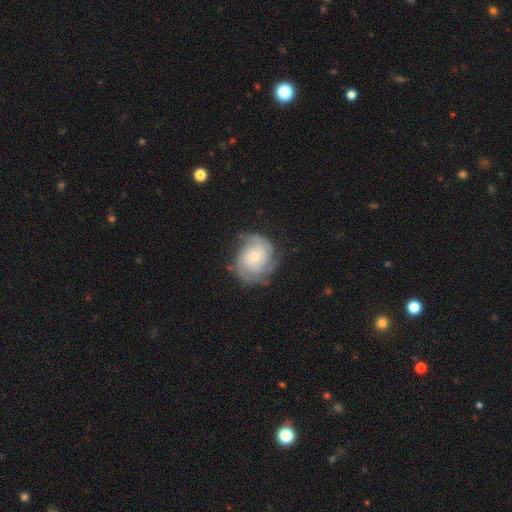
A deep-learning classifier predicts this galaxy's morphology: A featured or disk galaxy (76%) with no bar (73%), 2 (37%) tight (59%) spiral arms (94%) and a small central bulge (52%).

Vote fractions:
- Smooth or featured? featured or disk: 76% / smooth: 18% / star or artifact: 6%
- Edge-on disk? no: 98% / yes: 2%
- Bar? no: 73% / weak: 23% / strong: 4%
- Spiral arms? yes: 94% / no: 6%
- Spiral winding? tight: 59% / medium: 32% / loose: 9%
- Spiral arm count? 2: 37% / can't tell: 27% / 3: 20% / 4: 6% / 1: 5% / more than 4: 5%
- Bulge size? small: 52% / moderate: 34% / large: 7% / none: 5% / dominant: 2%
- Merging? none: 66% / minor disturbance: 22% / major disturbance: 10% / merger: 2%